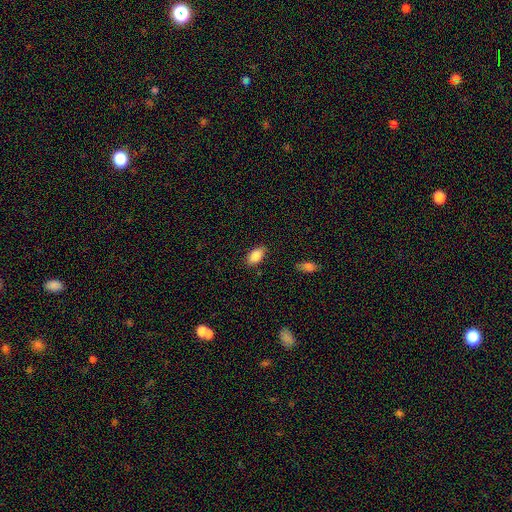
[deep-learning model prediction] Smooth or featured? smooth (87%)
How rounded? in between (92%)
Merging? none (83%)